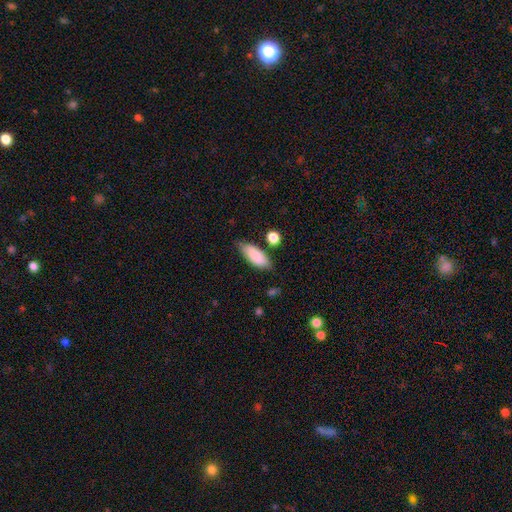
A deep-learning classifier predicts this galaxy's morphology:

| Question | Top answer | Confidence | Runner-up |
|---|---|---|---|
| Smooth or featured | smooth | 86% | featured or disk (8%) |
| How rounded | in between | 77% | cigar-shaped (21%) |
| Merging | none | 75% | minor disturbance (17%) |